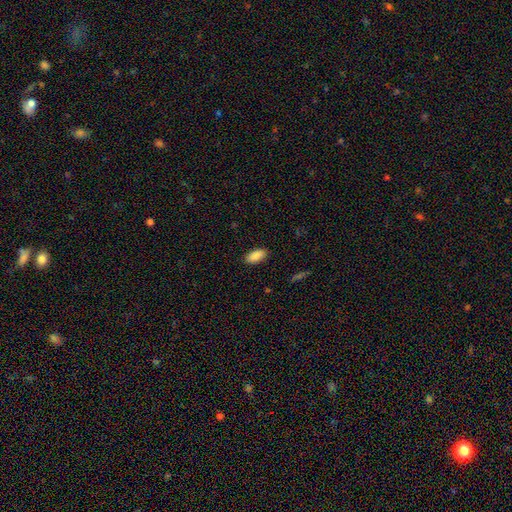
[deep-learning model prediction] A smooth galaxy with no disk features (89%) that is in between round and cigar-shaped (92%). Merging: none (89%).